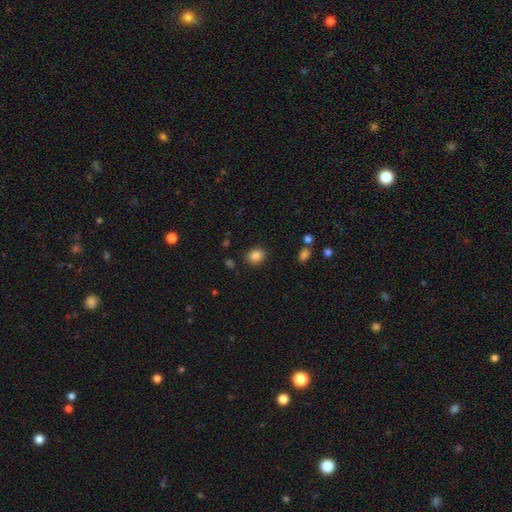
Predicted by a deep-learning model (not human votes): Smooth or featured: smooth — 85% (star or artifact — 10%)
How rounded: round — 54% (in between — 45%)
Merging: none — 85% (minor disturbance — 10%)